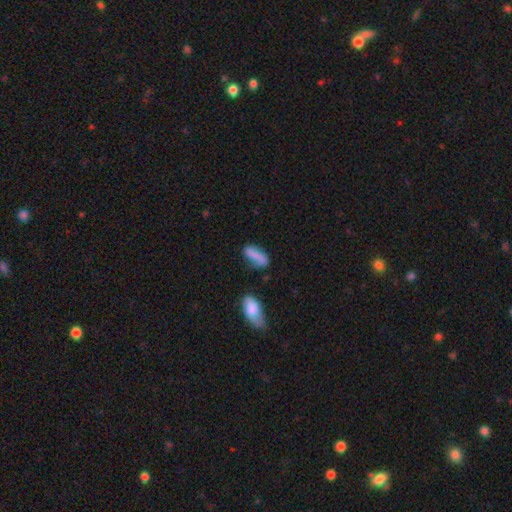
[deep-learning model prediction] smooth 75%, featured or disk 16%, star or artifact 8%. Down the decision tree: how rounded — in between (61%); merging — none (56%).